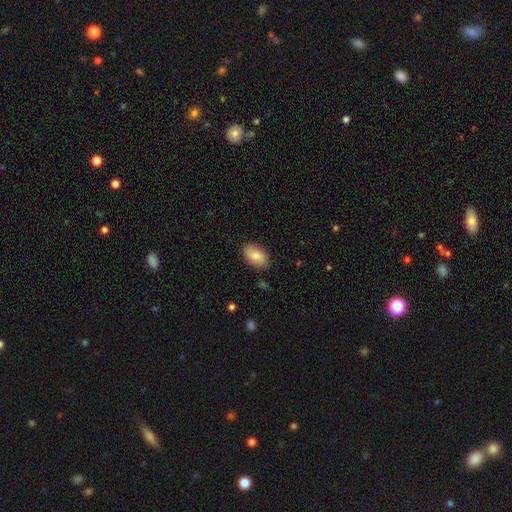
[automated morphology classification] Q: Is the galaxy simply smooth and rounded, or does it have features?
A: smooth — 81%.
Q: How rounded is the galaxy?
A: in between — 92%.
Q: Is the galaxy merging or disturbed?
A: none — 86%.